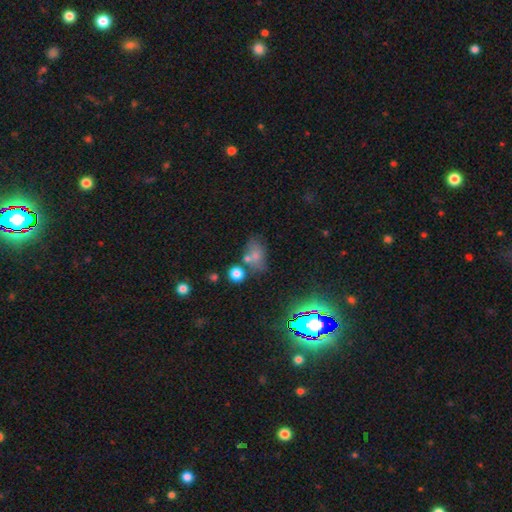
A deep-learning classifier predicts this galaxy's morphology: Smooth or featured? smooth (63%)
How rounded? in between (76%)
Merging? none (44%)